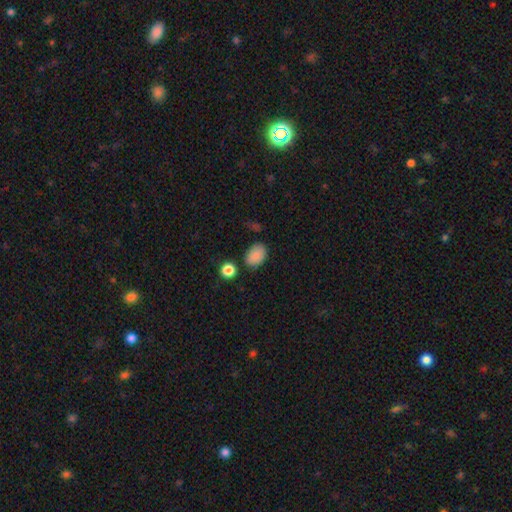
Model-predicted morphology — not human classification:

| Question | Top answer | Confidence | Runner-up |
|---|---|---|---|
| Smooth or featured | smooth | 86% | star or artifact (9%) |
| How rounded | in between | 84% | round (14%) |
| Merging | none | 77% | minor disturbance (15%) |